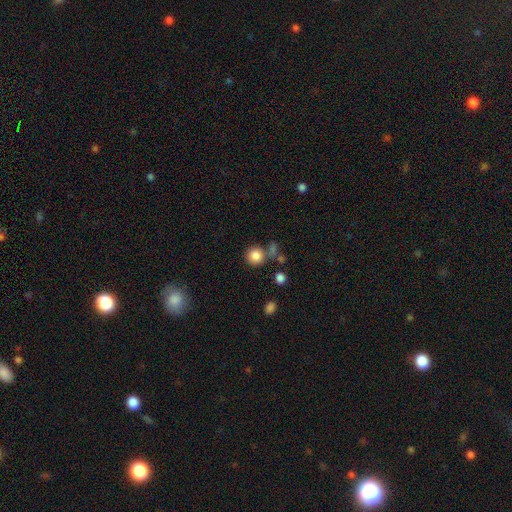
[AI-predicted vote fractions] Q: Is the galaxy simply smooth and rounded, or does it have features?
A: smooth — 85%.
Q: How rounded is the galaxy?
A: round — 92%.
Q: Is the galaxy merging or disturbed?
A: none — 71%.